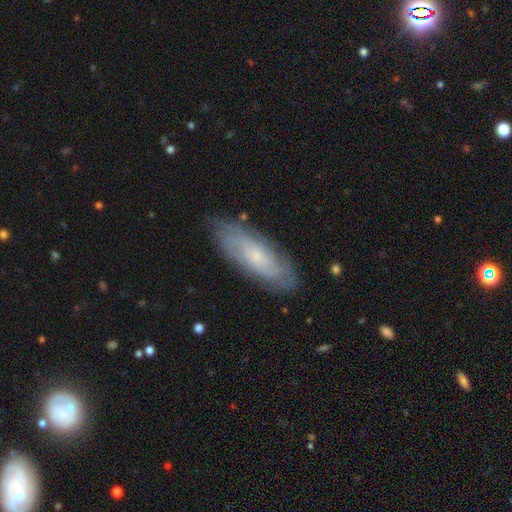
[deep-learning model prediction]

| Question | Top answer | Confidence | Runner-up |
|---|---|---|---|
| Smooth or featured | featured or disk | 62% | smooth (31%) |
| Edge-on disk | no | 83% | yes (17%) |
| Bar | no | 73% | weak (23%) |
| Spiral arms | yes | 86% | no (14%) |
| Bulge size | small | 72% | moderate (19%) |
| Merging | none | 80% | minor disturbance (16%) |